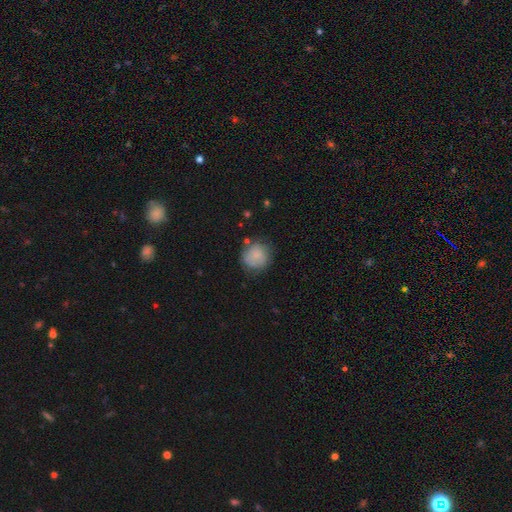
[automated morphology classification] A smooth galaxy with no disk features (77%) that is round (88%). Merging: none (67%).